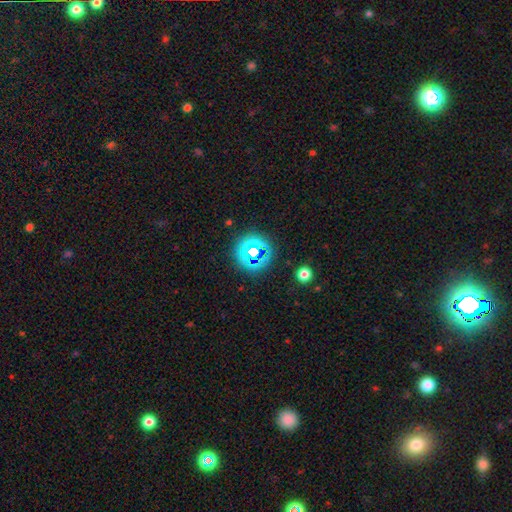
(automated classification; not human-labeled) A star or artifact, not a galaxy (66%).

Vote fractions:
- Smooth or featured? star or artifact: 66% / smooth: 24% / featured or disk: 10%